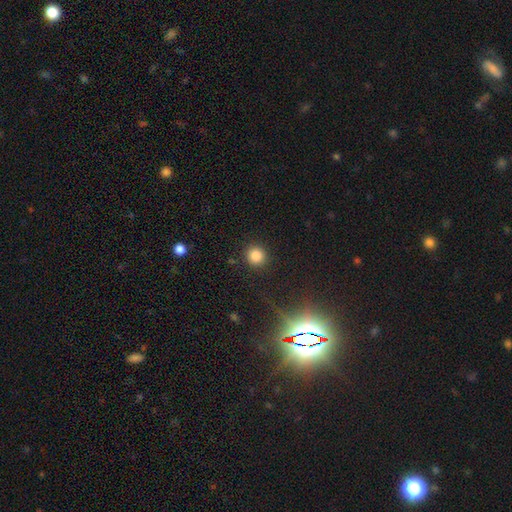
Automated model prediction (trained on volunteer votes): This is clearly a smooth galaxy (83%). How rounded: clearly round (92%). Merging: clearly none (90%).